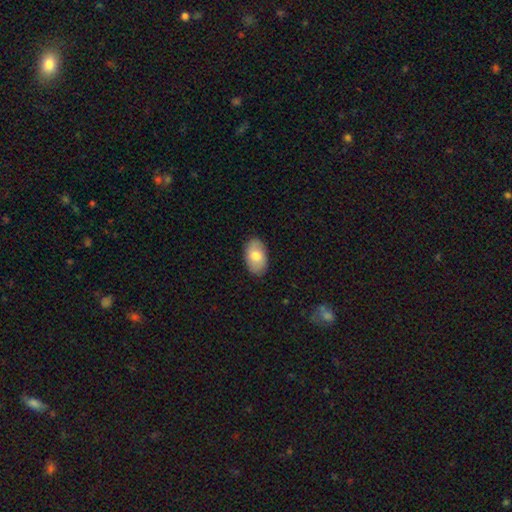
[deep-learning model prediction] Smooth or featured? Predicted: smooth (p=0.76). How rounded? Predicted: in between (p=0.93). Merging? Predicted: none (p=0.87).